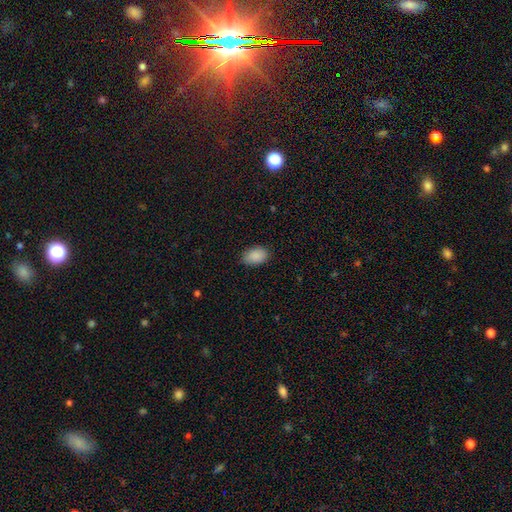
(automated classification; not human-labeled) Smooth or featured: smooth — 90% (star or artifact — 7%)
How rounded: in between — 87% (round — 12%)
Merging: none — 83% (minor disturbance — 14%)